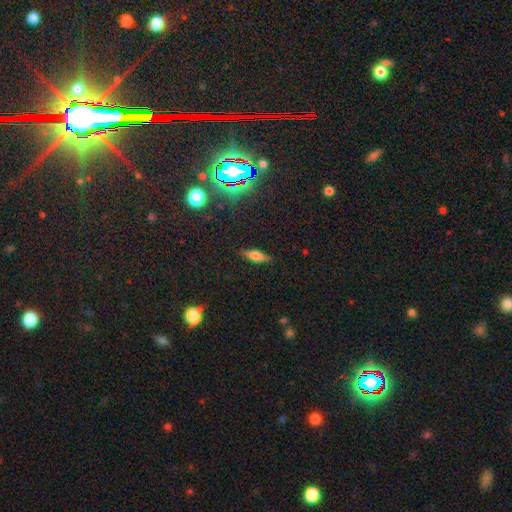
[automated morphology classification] smooth_or_featured: smooth (p=0.56) [alt: featured or disk p=0.32]
how_rounded: in between (p=0.53) [alt: cigar-shaped p=0.43]
merging: none (p=0.85) [alt: minor disturbance p=0.11]